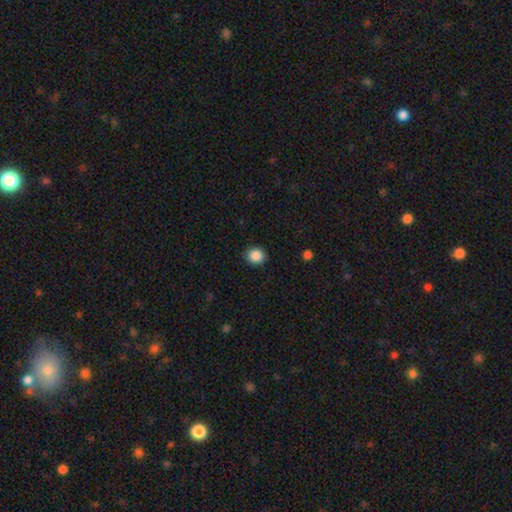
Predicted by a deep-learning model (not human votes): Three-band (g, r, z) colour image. It shows a smooth galaxy with no disk features (88%) that is round (80%). Merging: none (91%).